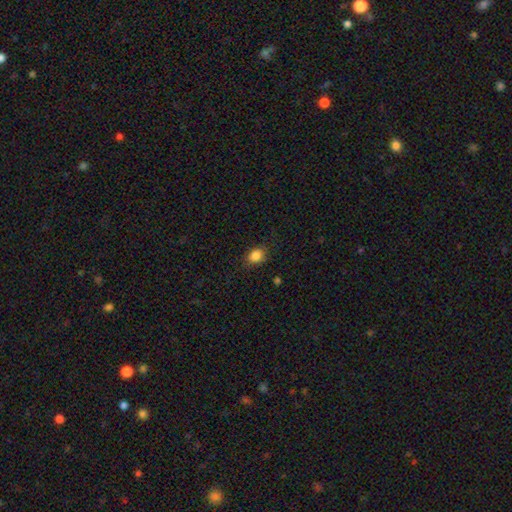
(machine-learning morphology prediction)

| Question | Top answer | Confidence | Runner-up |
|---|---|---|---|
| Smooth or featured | smooth | 85% | star or artifact (10%) |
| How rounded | in between | 56% | round (43%) |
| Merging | none | 84% | minor disturbance (12%) |